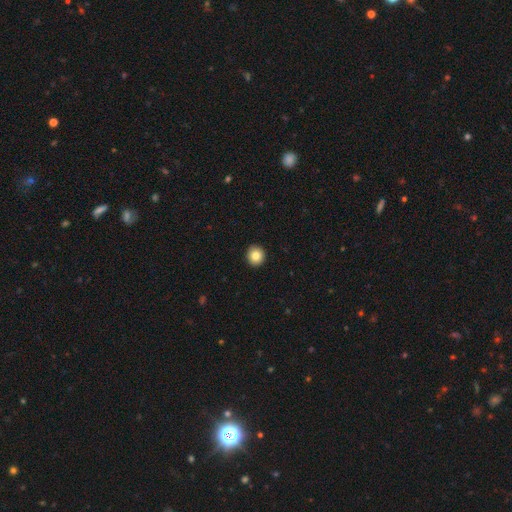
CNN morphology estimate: This is clearly a smooth galaxy (84%). How rounded: clearly round (92%). Merging: clearly none (93%).